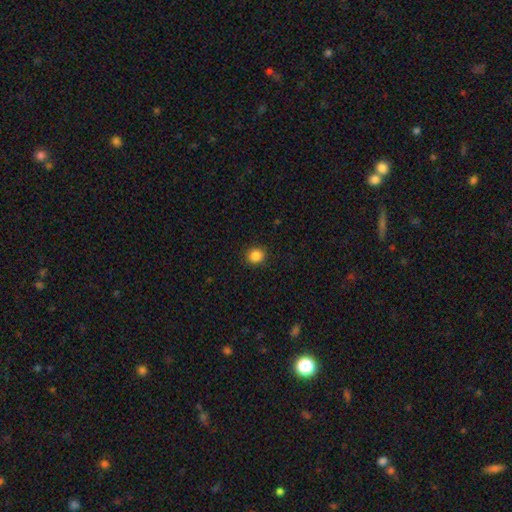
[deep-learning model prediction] Overall: smooth (86%). How rounded: round (86%). Merging: none (91%).